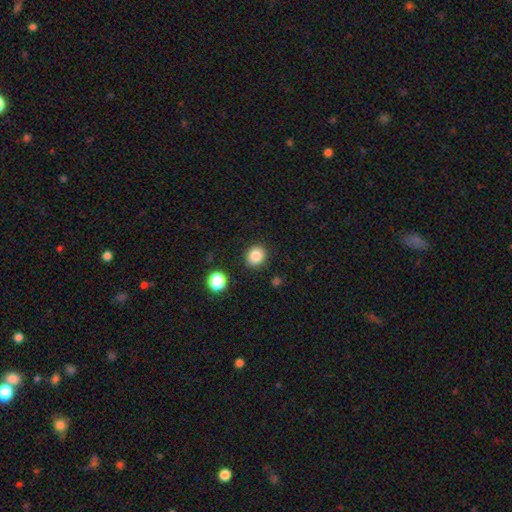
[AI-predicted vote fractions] A smooth galaxy with no disk features (84%) that is round (81%).

Vote fractions:
- Smooth or featured? smooth: 84% / star or artifact: 11% / featured or disk: 5%
- How rounded? round: 81% / in between: 18% / cigar-shaped: 1%
- Merging? none: 89% / minor disturbance: 7% / major disturbance: 2% / merger: 2%